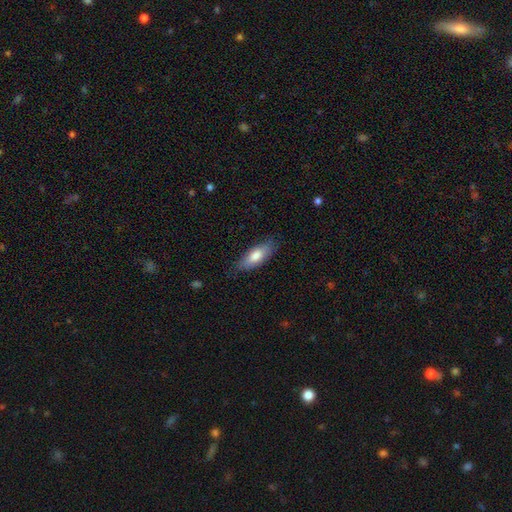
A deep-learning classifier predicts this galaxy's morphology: smooth 76%, featured or disk 18%, star or artifact 6%. Down the decision tree: how rounded — in between (71%); merging — none (79%).